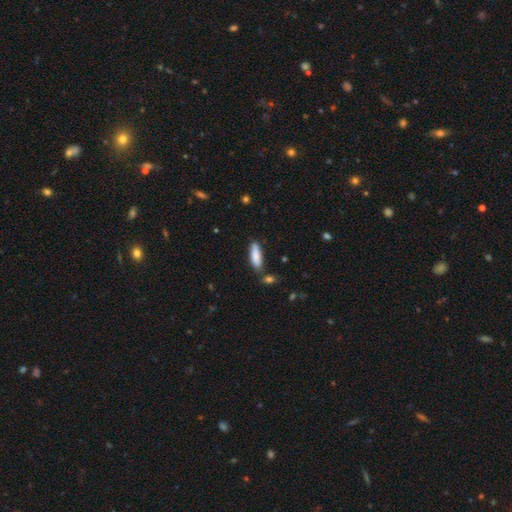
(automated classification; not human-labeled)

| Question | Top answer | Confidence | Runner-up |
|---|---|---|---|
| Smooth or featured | smooth | 86% | featured or disk (8%) |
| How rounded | cigar-shaped | 53% | in between (45%) |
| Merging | none | 77% | minor disturbance (14%) |